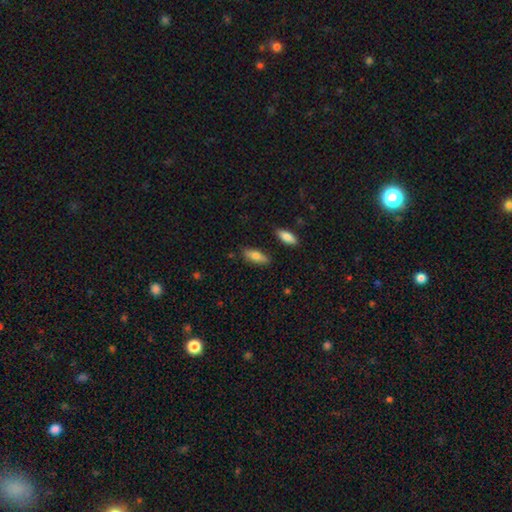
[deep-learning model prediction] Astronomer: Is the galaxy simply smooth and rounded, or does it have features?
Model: smooth — 76%.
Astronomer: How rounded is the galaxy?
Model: in between — 67%.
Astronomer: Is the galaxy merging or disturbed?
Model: none — 83%.